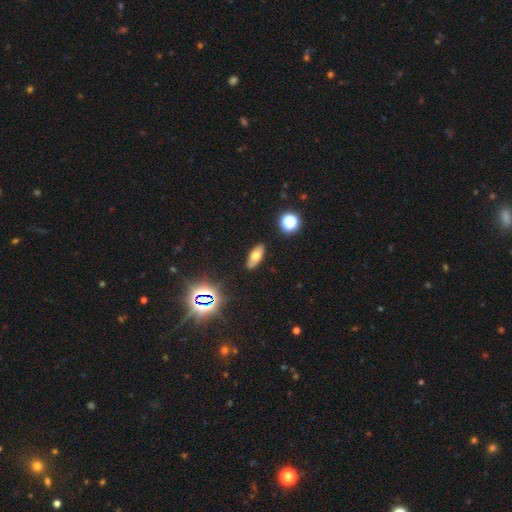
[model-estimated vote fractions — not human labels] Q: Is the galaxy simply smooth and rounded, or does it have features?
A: smooth — 60%.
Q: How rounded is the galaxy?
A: in between — 82%.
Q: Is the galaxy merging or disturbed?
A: none — 83%.